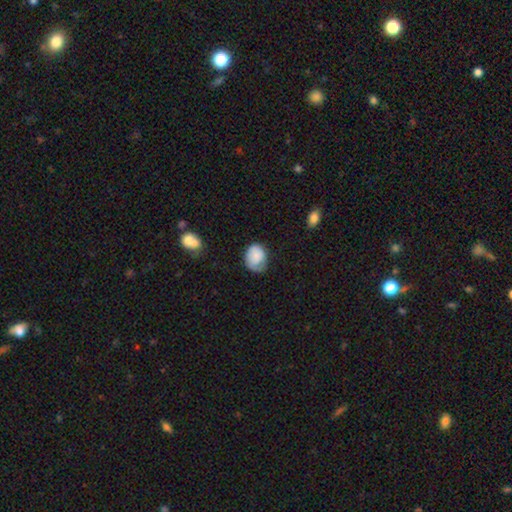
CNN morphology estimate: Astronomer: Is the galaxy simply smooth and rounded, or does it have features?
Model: smooth — 77%.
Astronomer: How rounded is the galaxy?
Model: in between — 53% (runner-up: round, 46%).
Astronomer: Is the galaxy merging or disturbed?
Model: none — 51% (runner-up: minor disturbance, 35%).